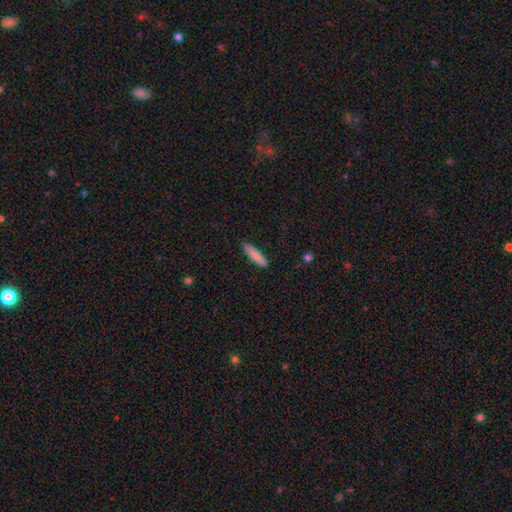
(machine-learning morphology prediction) Smooth or featured? Predicted: smooth (p=0.84). How rounded? Predicted: cigar-shaped (p=0.77). Merging? Predicted: none (p=0.84).